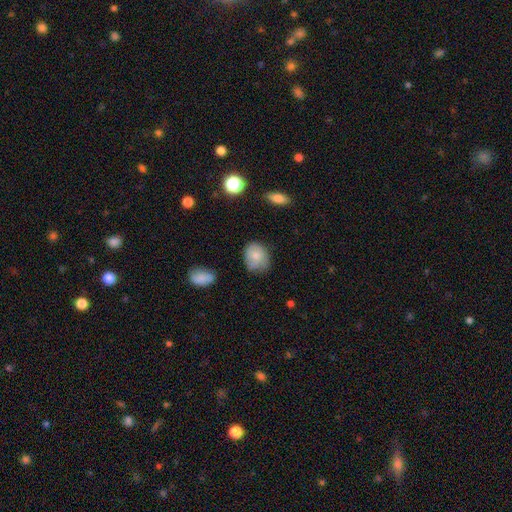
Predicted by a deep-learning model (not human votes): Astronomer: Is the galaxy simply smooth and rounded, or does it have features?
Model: smooth — 76%.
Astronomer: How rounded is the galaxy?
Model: in between — 52% (runner-up: round, 47%).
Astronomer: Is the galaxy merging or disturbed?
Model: none — 58%.